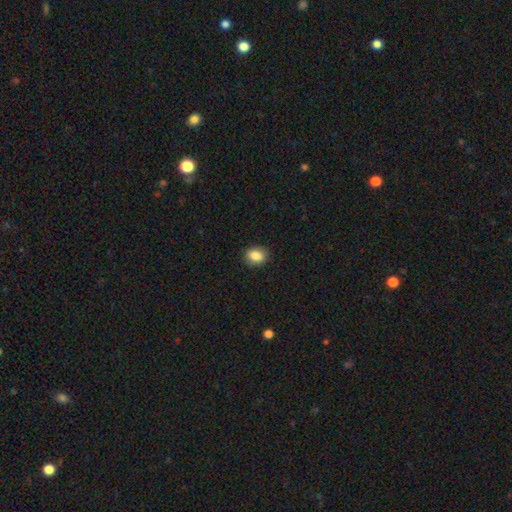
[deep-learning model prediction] A smooth galaxy with no disk features (86%) that is in between round and cigar-shaped (55%).

Vote fractions:
- Smooth or featured? smooth: 86% / star or artifact: 9% / featured or disk: 5%
- How rounded? in between: 55% / round: 44% / cigar-shaped: 1%
- Merging? none: 89% / minor disturbance: 8% / major disturbance: 2% / merger: 1%